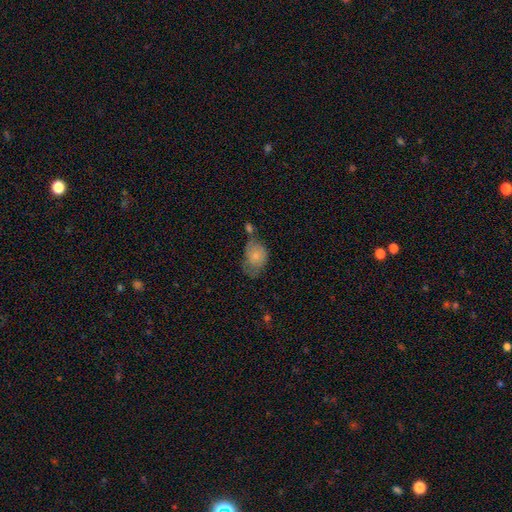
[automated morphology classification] Smooth or featured? Predicted: smooth (p=0.72). How rounded? Predicted: in between (p=0.76). Merging? Predicted: none (p=0.34).